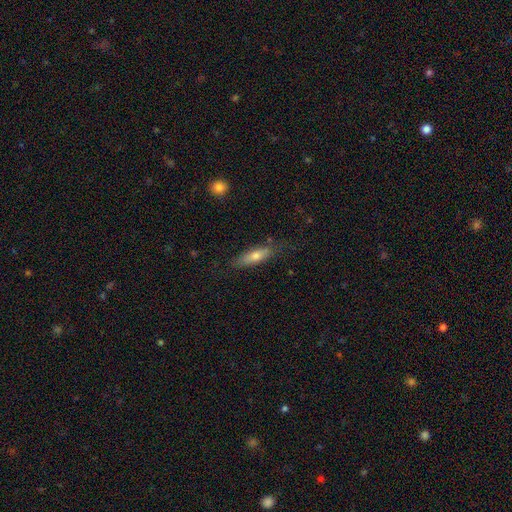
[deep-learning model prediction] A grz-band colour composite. It shows a smooth galaxy with no disk features (66%) that is cigar-shaped (56%). Merging: none (74%).